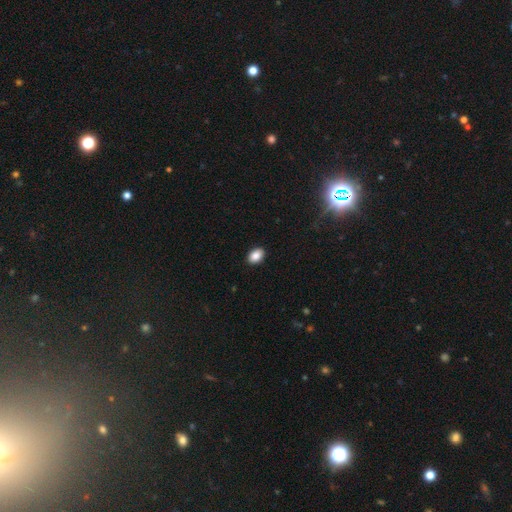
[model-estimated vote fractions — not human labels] Overall: smooth (87%). How rounded: in between (84%). Merging: none (90%).